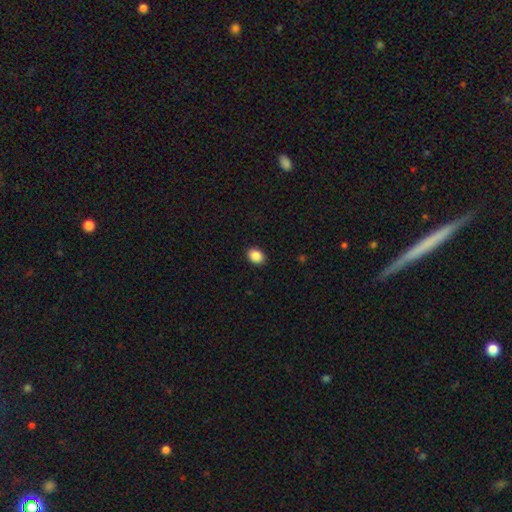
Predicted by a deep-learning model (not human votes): smooth_or_featured: smooth (p=0.88) [alt: star or artifact p=0.08]
how_rounded: in between (p=0.65) [alt: round p=0.34]
merging: none (p=0.91) [alt: minor disturbance p=0.06]